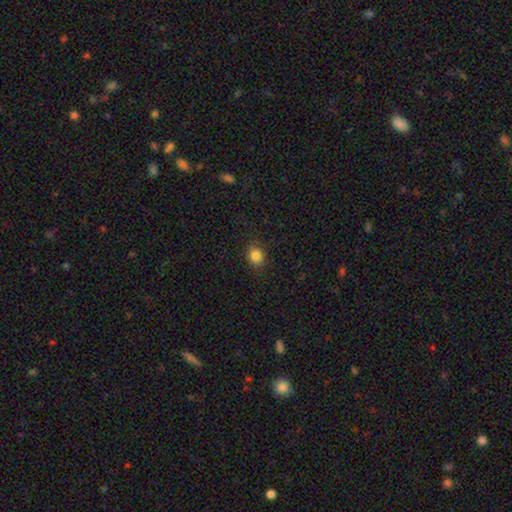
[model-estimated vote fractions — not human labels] smooth 84%, star or artifact 11%, featured or disk 5%. Down the decision tree: how rounded — round (70%); merging — none (88%).